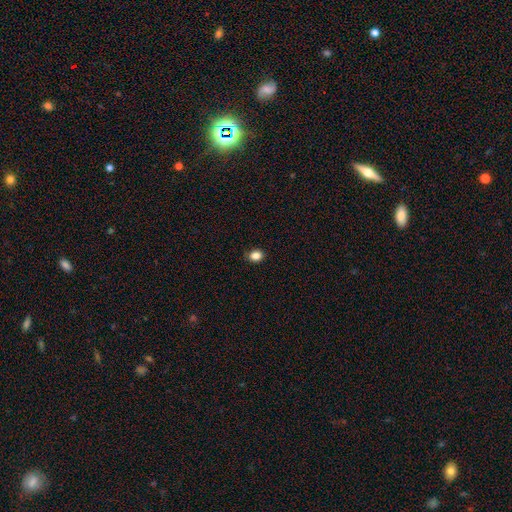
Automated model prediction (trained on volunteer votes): Overall: smooth (85%). How rounded: in between (53%; round 46%). Merging: none (87%).